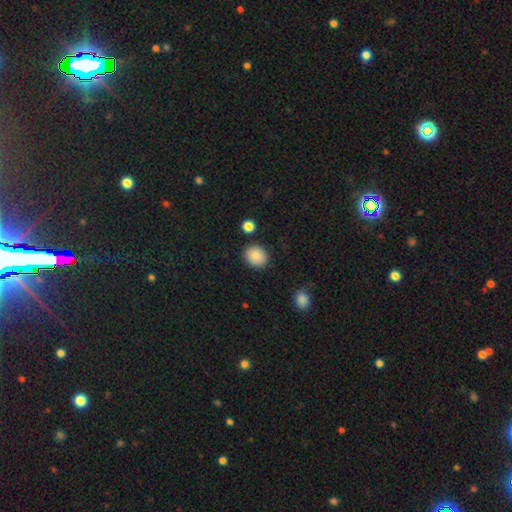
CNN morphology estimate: Smooth or featured: smooth — 87% (star or artifact — 8%)
How rounded: round — 68% (in between — 31%)
Merging: none — 87% (minor disturbance — 8%)